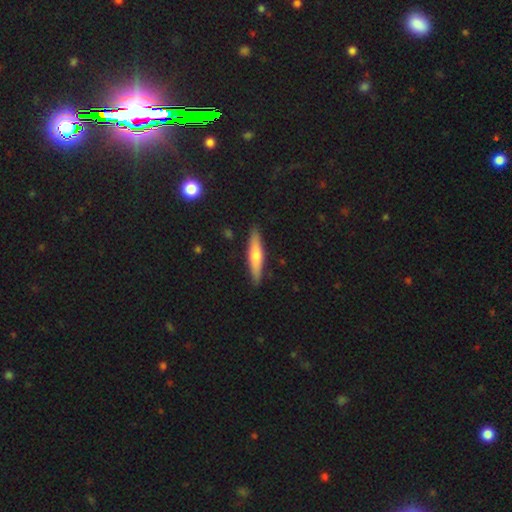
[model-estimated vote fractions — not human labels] smooth 56%, featured or disk 38%, star or artifact 6%. Down the decision tree: how rounded — cigar-shaped (86%); merging — none (89%).